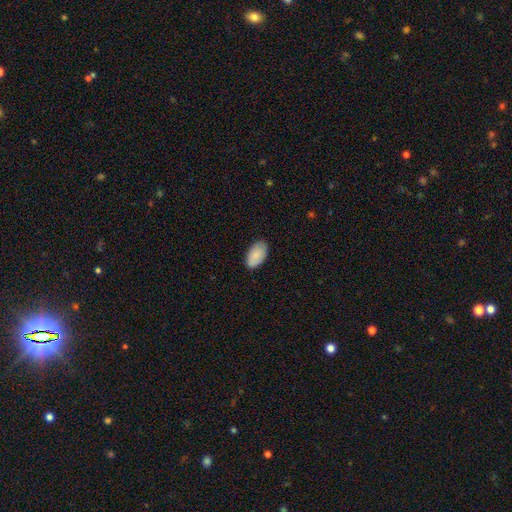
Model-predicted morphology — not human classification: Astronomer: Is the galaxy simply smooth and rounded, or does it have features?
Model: smooth — 86%.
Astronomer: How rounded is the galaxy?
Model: in between — 95%.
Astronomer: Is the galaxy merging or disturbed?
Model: none — 84%.